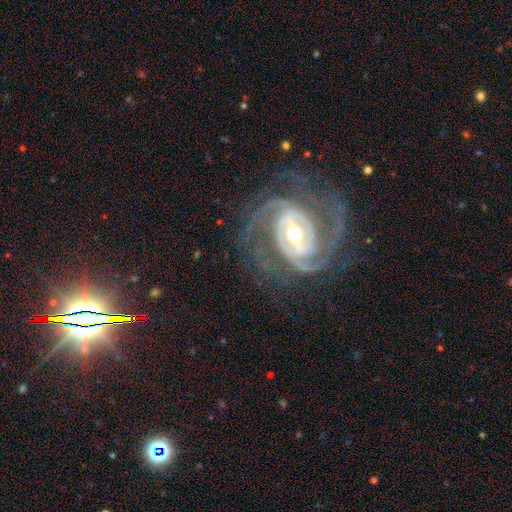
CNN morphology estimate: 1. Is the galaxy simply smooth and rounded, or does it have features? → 89% featured or disk, 8% star or artifact, 3% smooth.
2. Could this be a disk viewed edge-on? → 97% no, 3% yes.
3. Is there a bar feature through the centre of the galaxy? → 42% strong, 36% weak, 22% no.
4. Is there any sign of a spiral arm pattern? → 98% yes, 2% no.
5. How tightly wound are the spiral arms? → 52% tight, 42% medium, 6% loose.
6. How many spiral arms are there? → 73% 2, 12% 3, 5% can't tell, 4% 4, 3% 1, 3% more than 4.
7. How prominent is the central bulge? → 52% small, 43% moderate, 3% large, 1% none, 1% dominant.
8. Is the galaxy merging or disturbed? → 78% none, 13% minor disturbance, 8% major disturbance, 1% merger.